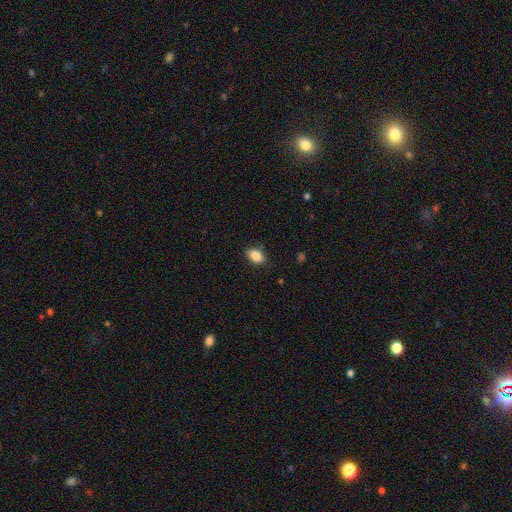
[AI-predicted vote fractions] smooth 88%, star or artifact 8%, featured or disk 4%. Down the decision tree: how rounded — in between (86%); merging — none (83%).